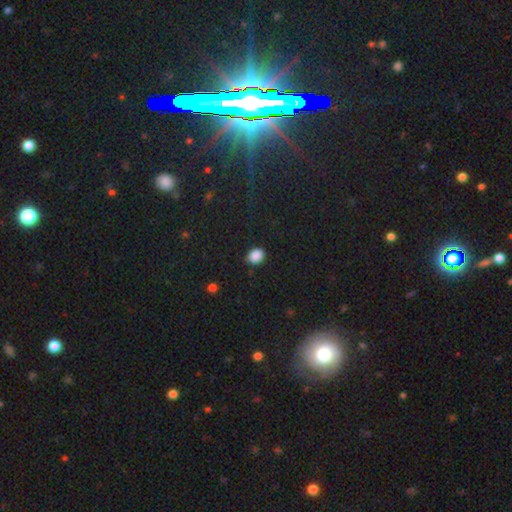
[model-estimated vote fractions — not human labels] This appears to be a smooth galaxy with no disk features (87%) that is round (50%). Merging: none (82%).